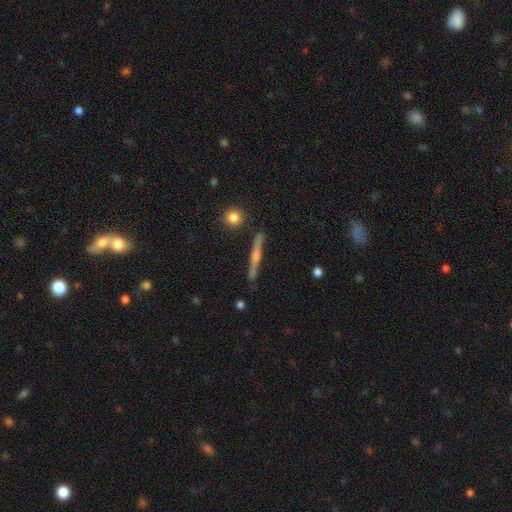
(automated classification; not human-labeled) Overall: featured or disk (68%). Edge-on disk: yes (97%). Edge-on bulge: rounded (73%). Merging: none (87%).